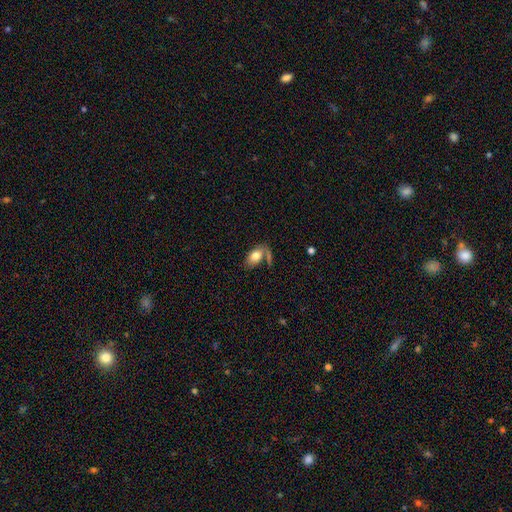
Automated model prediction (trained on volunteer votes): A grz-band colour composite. It shows a smooth galaxy with no disk features (76%) that is in between round and cigar-shaped (90%). Merging: none (53%).